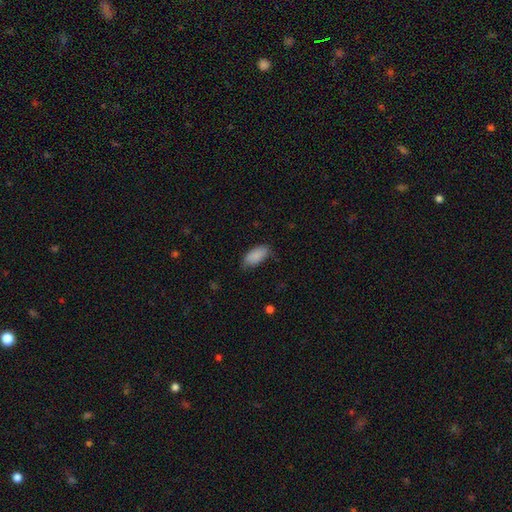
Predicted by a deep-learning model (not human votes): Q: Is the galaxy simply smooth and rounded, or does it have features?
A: smooth — 88%.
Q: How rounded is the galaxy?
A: in between — 93%.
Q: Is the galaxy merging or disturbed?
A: none — 70%.